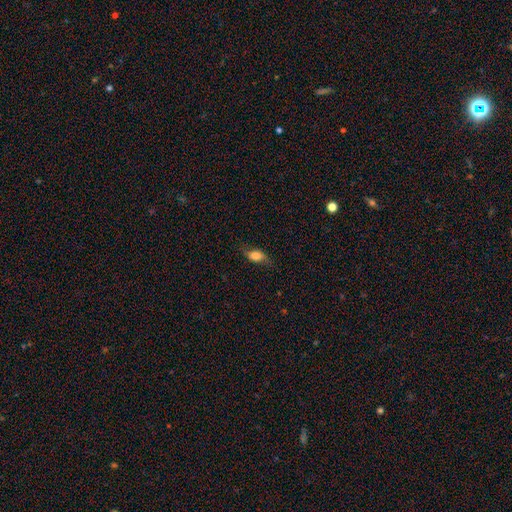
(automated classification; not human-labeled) Smooth or featured: smooth — 66% (featured or disk — 25%)
How rounded: in between — 80% (round — 12%)
Merging: none — 67% (minor disturbance — 22%)